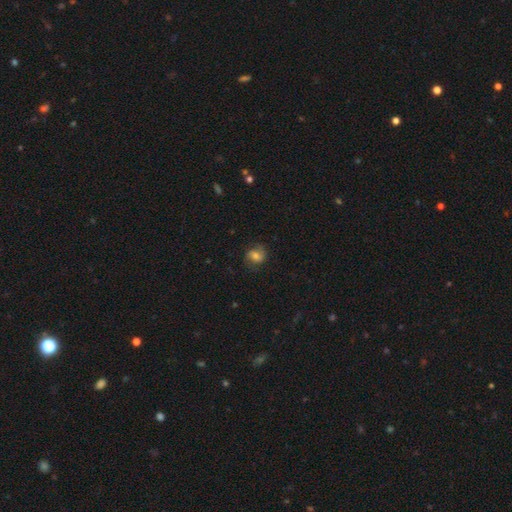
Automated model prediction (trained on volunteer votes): A smooth galaxy with no disk features (55%) that is round (58%). Merging: none (71%).